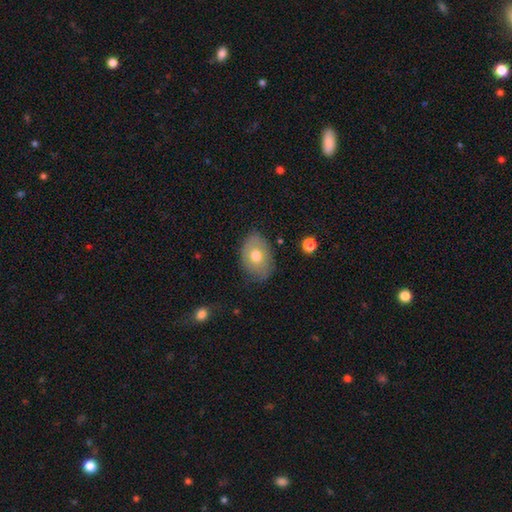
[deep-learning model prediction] Smooth or featured?
  - smooth: 64% *
  - featured or disk: 28%
  - star or artifact: 8%
How rounded?
  - in between: 81% *
  - round: 18%
  - cigar-shaped: 1%
Merging?
  - none: 76% *
  - minor disturbance: 18%
  - major disturbance: 4%
  - merger: 1%